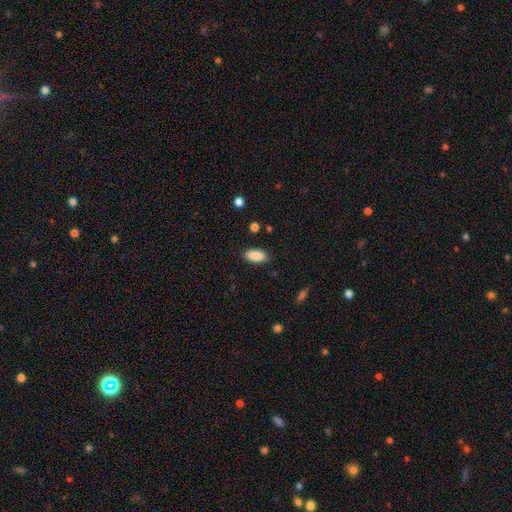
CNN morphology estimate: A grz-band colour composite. It shows a smooth galaxy with no disk features (89%) that is in between round and cigar-shaped (90%). Merging: none (87%).